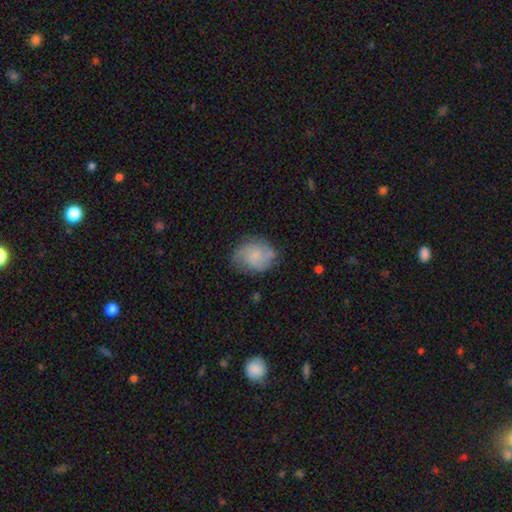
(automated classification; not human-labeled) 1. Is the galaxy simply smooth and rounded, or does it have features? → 52% featured or disk, 41% smooth, 8% star or artifact.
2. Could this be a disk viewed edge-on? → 98% no, 2% yes.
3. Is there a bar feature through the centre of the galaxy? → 70% no, 27% weak, 3% strong.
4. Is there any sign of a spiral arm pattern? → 87% yes, 13% no.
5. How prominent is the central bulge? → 45% small, 28% none, 23% moderate, 3% large, 1% dominant.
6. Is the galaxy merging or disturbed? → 67% none, 23% minor disturbance, 8% major disturbance, 2% merger.